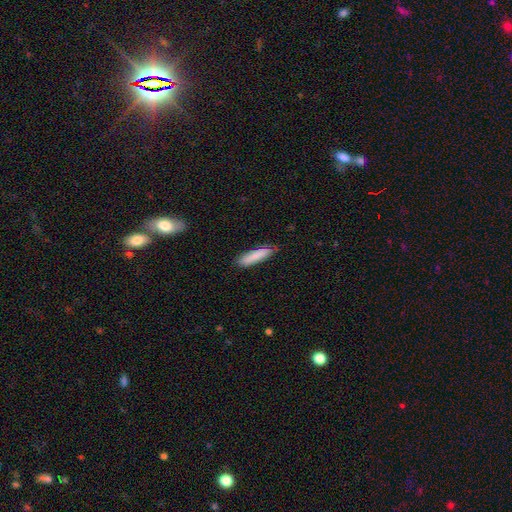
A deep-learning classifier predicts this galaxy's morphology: Smooth or featured? smooth (84%)
How rounded? cigar-shaped (80%)
Merging? none (83%)